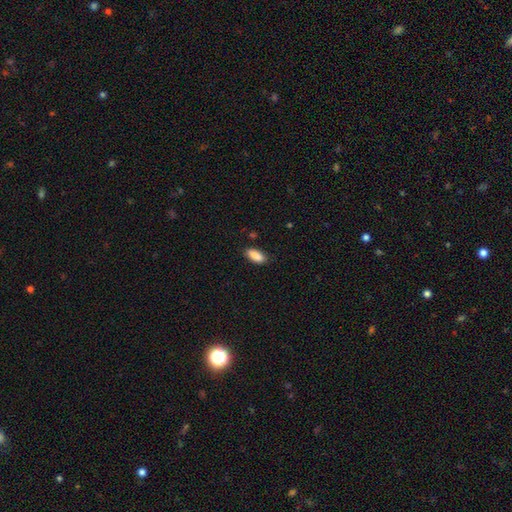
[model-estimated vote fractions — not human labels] Overall: smooth (89%). How rounded: in between (82%). Merging: none (83%).